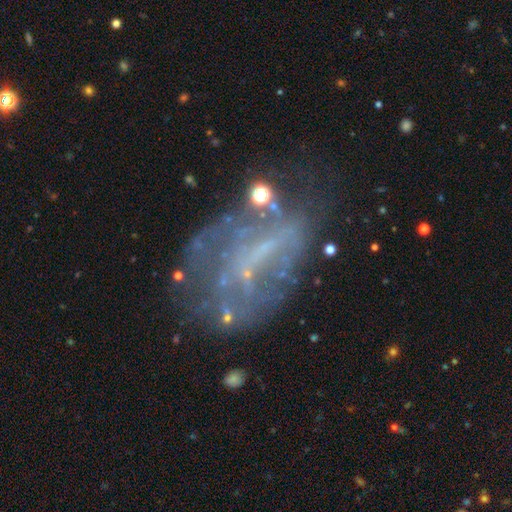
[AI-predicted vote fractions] A featured or disk galaxy (66%) with no bar (52%), no spiral arms (65%) and no central bulge (61%). Merging: none (47%).